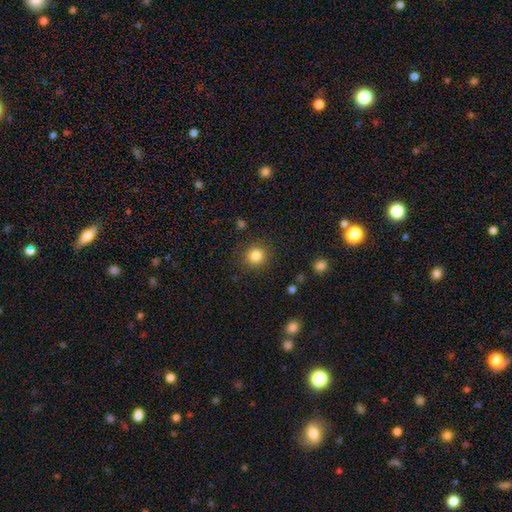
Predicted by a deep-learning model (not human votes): Smooth or featured?
  - smooth: 84% *
  - star or artifact: 11%
  - featured or disk: 5%
How rounded?
  - round: 93% *
  - in between: 7%
  - cigar-shaped: 1%
Merging?
  - none: 88% *
  - minor disturbance: 7%
  - major disturbance: 3%
  - merger: 1%